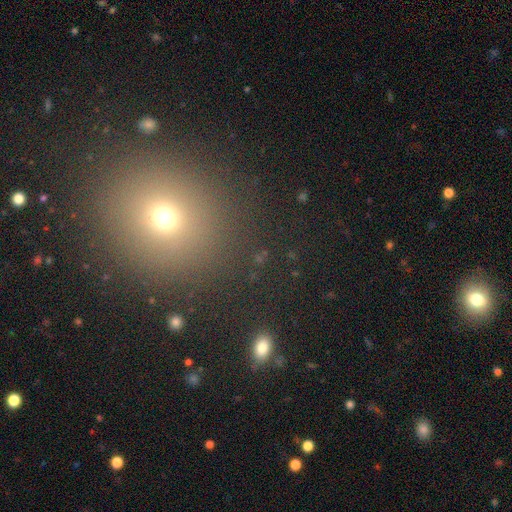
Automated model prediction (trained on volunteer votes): Smooth or featured? Predicted: smooth (p=0.57). How rounded? Predicted: round (p=0.83). Merging? Predicted: none (p=0.89).